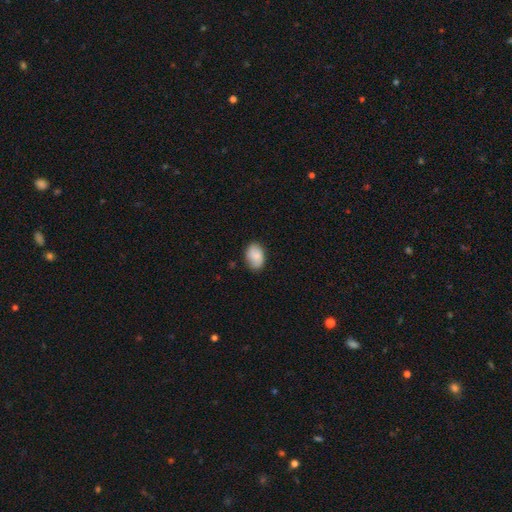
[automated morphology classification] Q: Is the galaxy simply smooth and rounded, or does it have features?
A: smooth — 77%.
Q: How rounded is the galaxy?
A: in between — 85%.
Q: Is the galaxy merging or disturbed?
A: none — 80%.